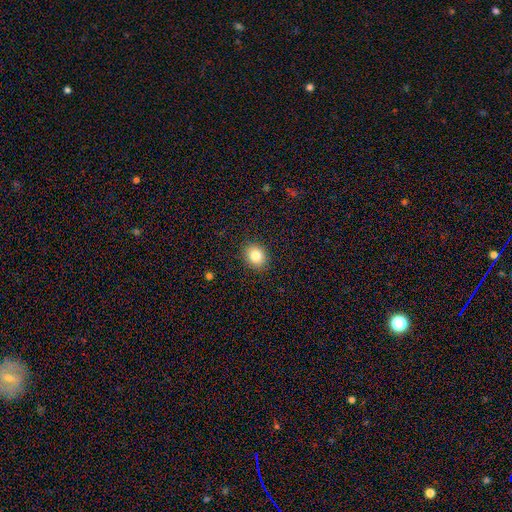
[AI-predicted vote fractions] Q: Smooth or featured?
A: smooth (84%); runner-up: star or artifact (10%)
Q: How rounded?
A: round (67%); runner-up: in between (32%)
Q: Merging?
A: none (89%); runner-up: minor disturbance (8%)